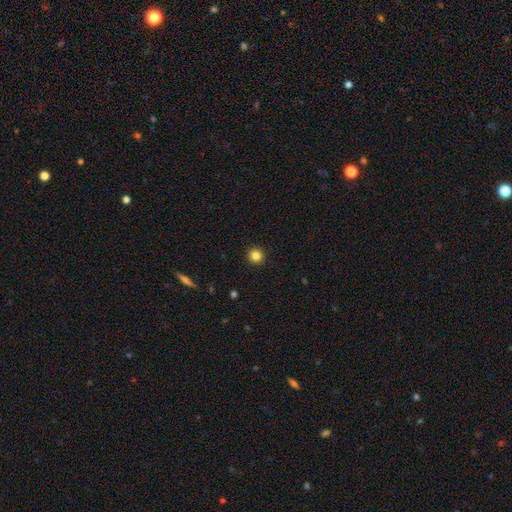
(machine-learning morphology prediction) This appears to be a smooth galaxy with no disk features (84%) that is round (95%). Merging: none (93%).